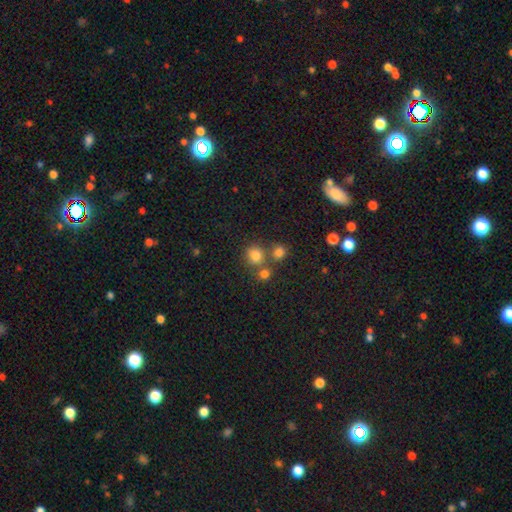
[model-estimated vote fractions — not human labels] This appears to be a smooth galaxy with no disk features (77%) that is round (81%). Merging: none (58%).